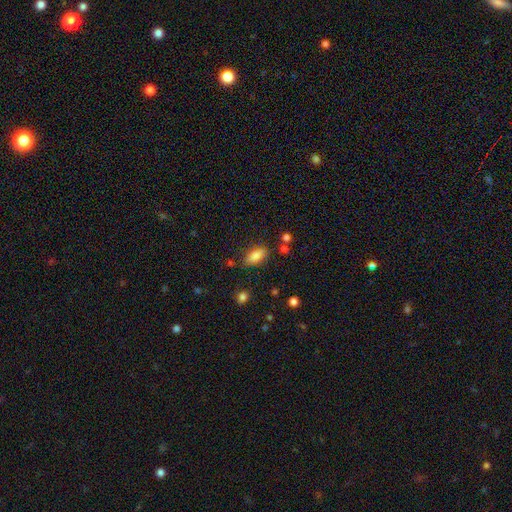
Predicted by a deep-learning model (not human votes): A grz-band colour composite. It shows a smooth galaxy with no disk features (83%) that is in between round and cigar-shaped (85%). Merging: none (78%).